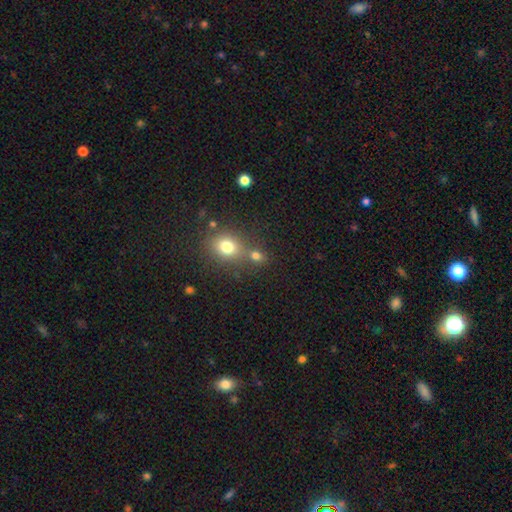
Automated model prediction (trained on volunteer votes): smooth 73%, star or artifact 18%, featured or disk 9%. Down the decision tree: how rounded — round (58%); merging — none (54%).